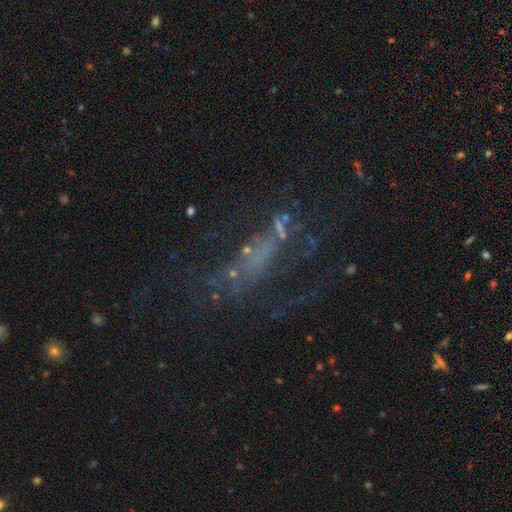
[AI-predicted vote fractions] Smooth or featured: featured or disk — 50% (star or artifact — 31%)
Merging: none — 41% (major disturbance — 37%)